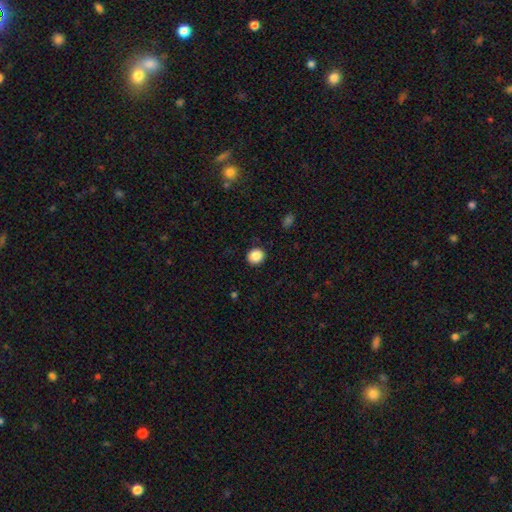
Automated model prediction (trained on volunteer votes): Smooth or featured?
  - smooth: 87% *
  - star or artifact: 9%
  - featured or disk: 4%
How rounded?
  - round: 81% *
  - in between: 18%
  - cigar-shaped: 1%
Merging?
  - none: 90% *
  - minor disturbance: 7%
  - major disturbance: 2%
  - merger: 1%